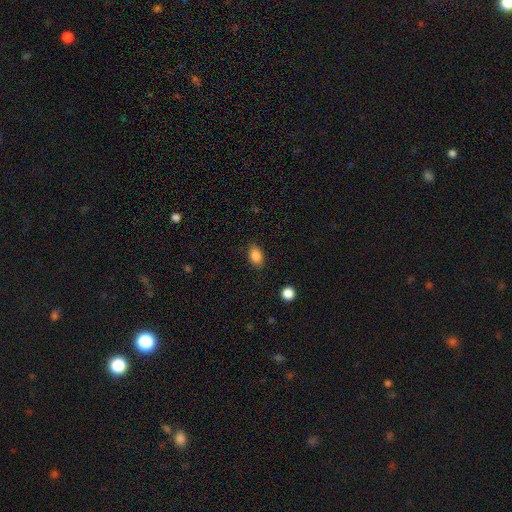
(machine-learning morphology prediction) Overall: smooth (86%). How rounded: in between (84%). Merging: none (86%).